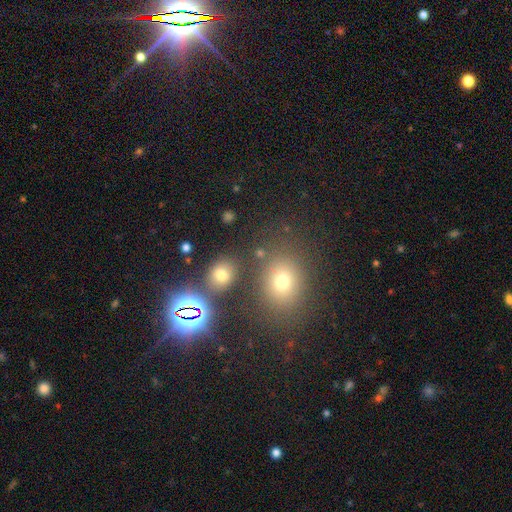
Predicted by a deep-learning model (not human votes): Q: Smooth or featured?
A: smooth (46%); runner-up: star or artifact (43%)
Q: Merging?
A: none (81%); runner-up: minor disturbance (9%)